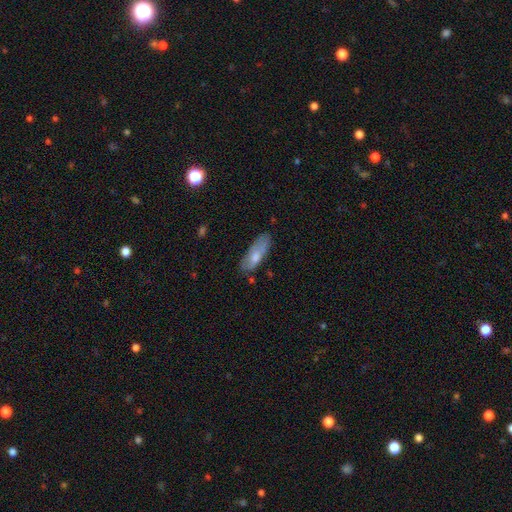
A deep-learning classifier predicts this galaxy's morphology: Smooth or featured?
  - smooth: 69% *
  - featured or disk: 25%
  - star or artifact: 6%
How rounded?
  - in between: 62% *
  - cigar-shaped: 36%
  - round: 2%
Merging?
  - none: 61% *
  - minor disturbance: 27%
  - major disturbance: 8%
  - merger: 3%